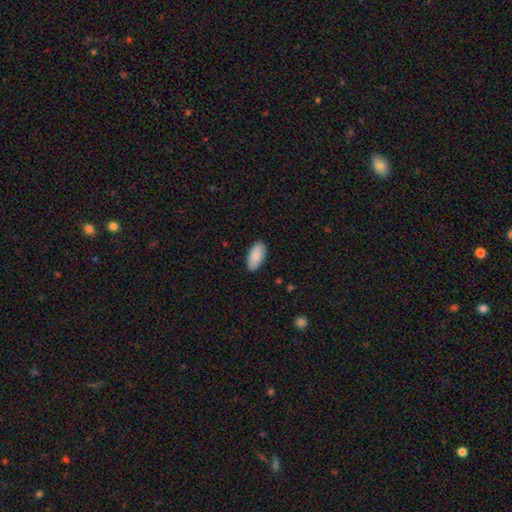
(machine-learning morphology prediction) This appears to be a smooth galaxy with no disk features (89%) that is in between round and cigar-shaped (92%). Merging: none (88%).